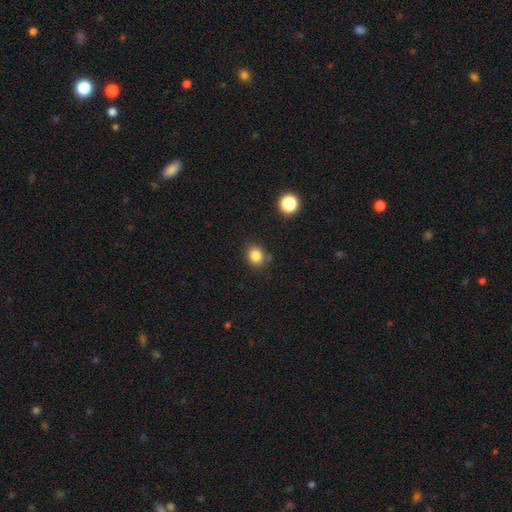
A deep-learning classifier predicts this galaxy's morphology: A smooth galaxy with no disk features (83%) that is round (65%).

Vote fractions:
- Smooth or featured? smooth: 83% / star or artifact: 12% / featured or disk: 5%
- How rounded? round: 65% / in between: 34% / cigar-shaped: 1%
- Merging? none: 79% / minor disturbance: 13% / merger: 5% / major disturbance: 3%